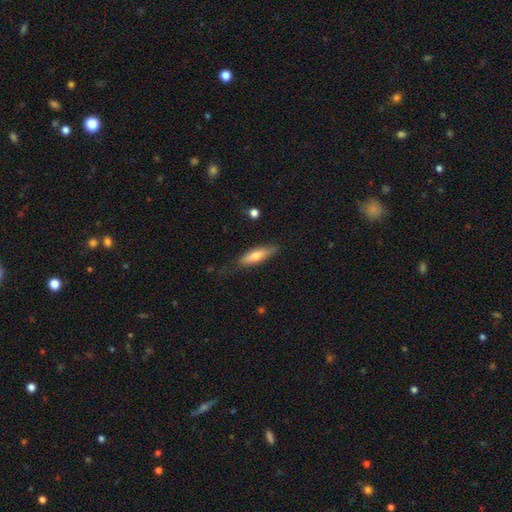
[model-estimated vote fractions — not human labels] A smooth galaxy with no disk features (65%) that is cigar-shaped (63%). Merging: none (75%).